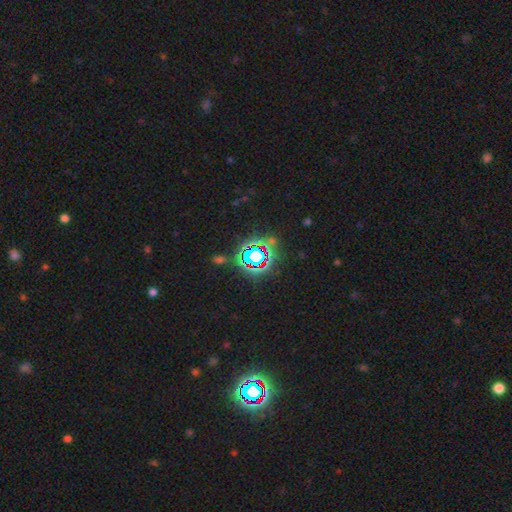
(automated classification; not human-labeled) This is likely a star or artifact rather than a galaxy (74%).